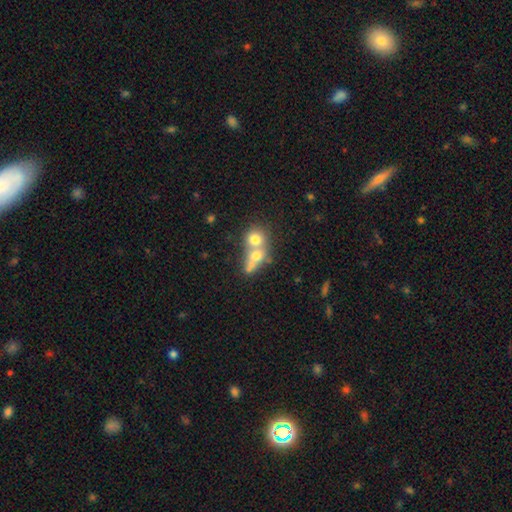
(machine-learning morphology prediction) smooth-or-featured: smooth: 60% | featured or disk: 27% | star or artifact: 13%
  how-rounded: round: 67% | in between: 29% | cigar-shaped: 4%
  merging: merger: 67% | none: 23% | minor disturbance: 6% | major disturbance: 4%